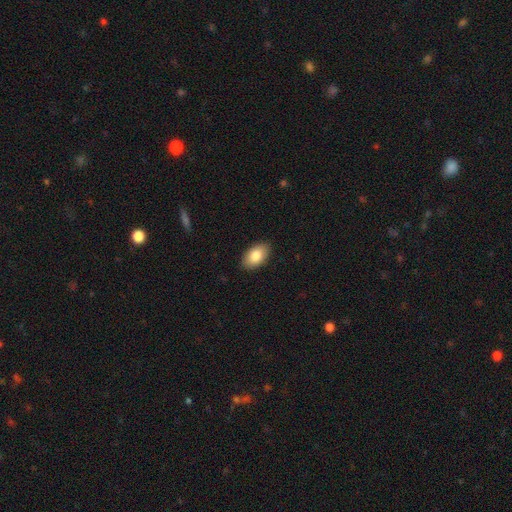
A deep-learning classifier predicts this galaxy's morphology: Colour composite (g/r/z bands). It shows a smooth galaxy with no disk features (84%) that is in between round and cigar-shaped (93%). Merging: none (88%).